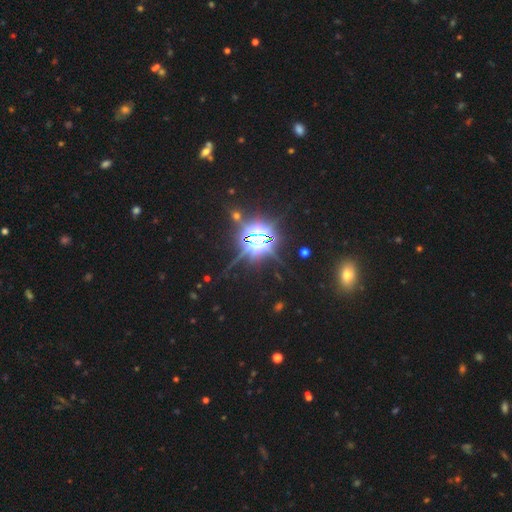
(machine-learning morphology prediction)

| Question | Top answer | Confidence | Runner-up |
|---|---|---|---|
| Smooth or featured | star or artifact | 79% | smooth (15%) |